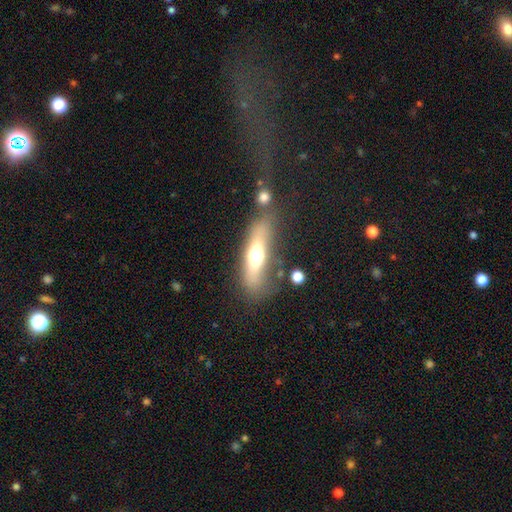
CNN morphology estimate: smooth-or-featured: smooth: 50% | featured or disk: 42% | star or artifact: 8%
  merging: none: 65% | minor disturbance: 17% | major disturbance: 10% | merger: 9%